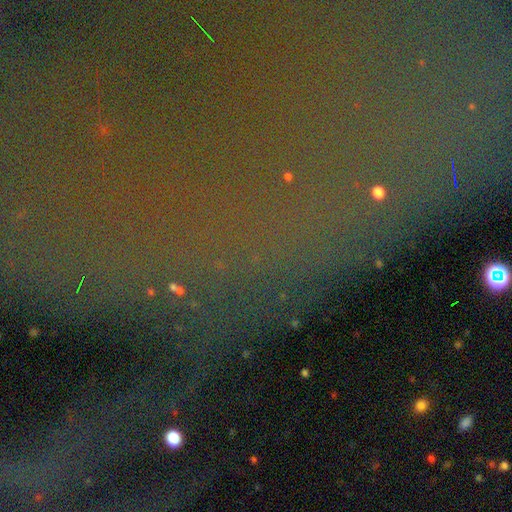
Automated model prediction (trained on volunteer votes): smooth_or_featured: star or artifact (p=0.81) [alt: featured or disk p=0.10]